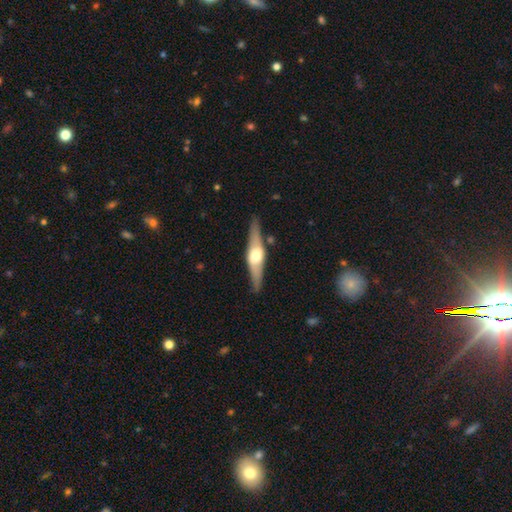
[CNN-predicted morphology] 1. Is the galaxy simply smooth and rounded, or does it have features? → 69% featured or disk, 26% smooth, 5% star or artifact.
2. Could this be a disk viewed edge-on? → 95% yes, 5% no.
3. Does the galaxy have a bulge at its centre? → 90% rounded, 7% boxy, 2% none.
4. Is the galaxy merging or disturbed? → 85% none, 11% minor disturbance, 2% major disturbance, 2% merger.